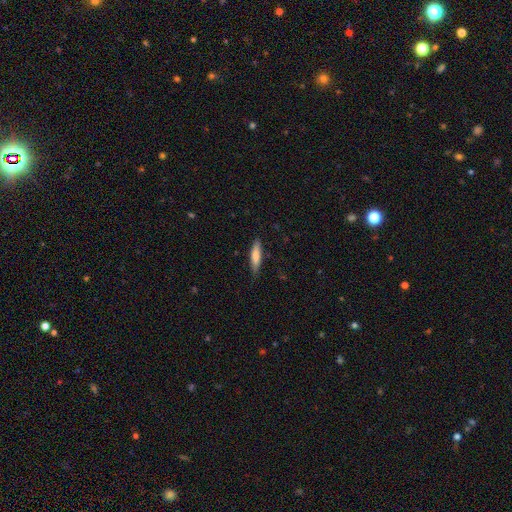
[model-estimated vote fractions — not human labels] smooth 75%, featured or disk 20%, star or artifact 6%. Down the decision tree: how rounded — cigar-shaped (80%); merging — none (84%).